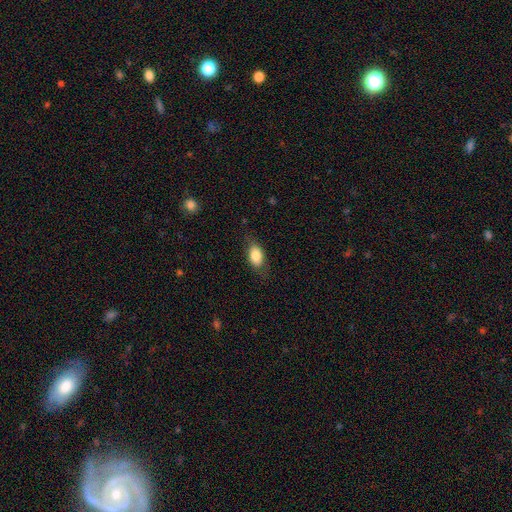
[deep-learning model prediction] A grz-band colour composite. It shows a smooth galaxy with no disk features (81%) that is in between round and cigar-shaped (88%). Merging: none (76%).